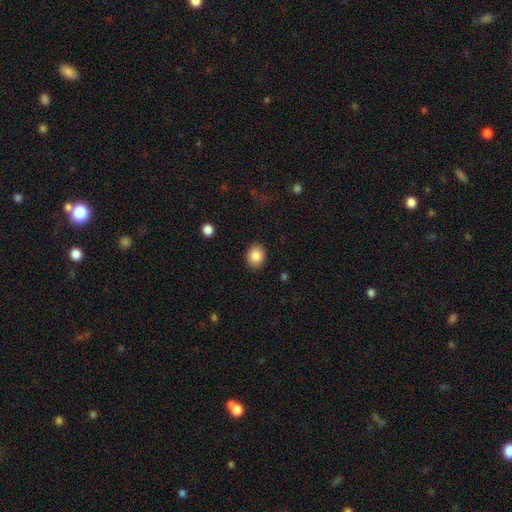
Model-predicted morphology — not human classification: smooth-or-featured: smooth: 85% | star or artifact: 8% | featured or disk: 7%
  how-rounded: in between: 50% | round: 49% | cigar-shaped: 1%
  merging: none: 89% | minor disturbance: 8% | major disturbance: 2% | merger: 1%